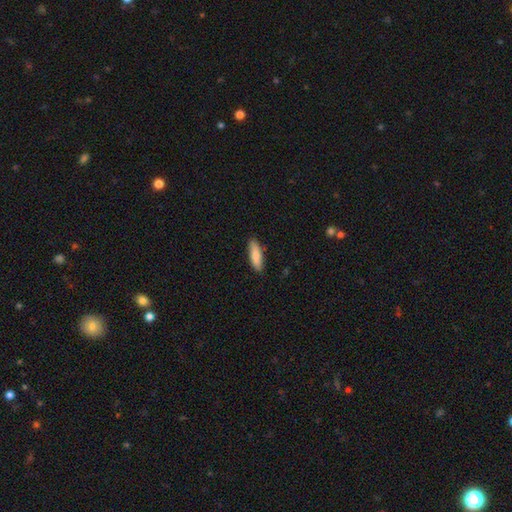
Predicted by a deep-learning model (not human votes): A smooth galaxy with no disk features (85%) that is cigar-shaped (55%). Merging: none (87%).